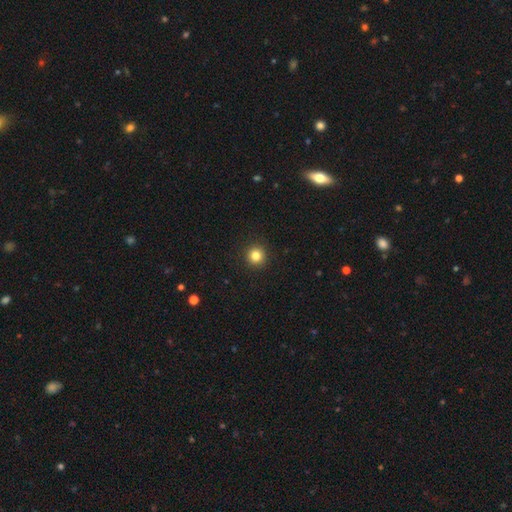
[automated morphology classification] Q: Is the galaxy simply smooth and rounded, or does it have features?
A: smooth — 83%.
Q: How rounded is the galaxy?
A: round — 95%.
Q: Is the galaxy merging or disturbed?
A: none — 94%.